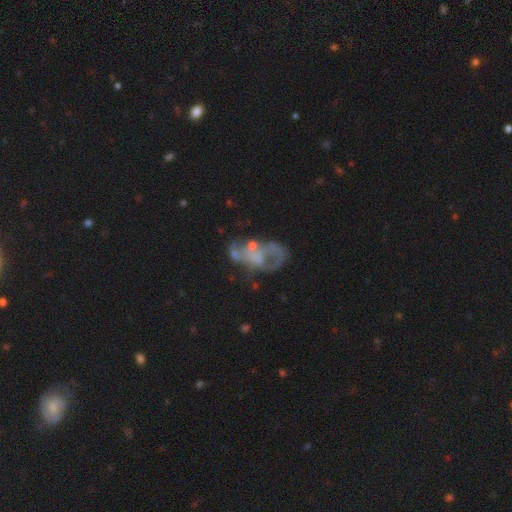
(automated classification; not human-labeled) Smooth or featured: featured or disk — 68% (smooth — 20%)
Edge-on disk: no — 97% (yes — 3%)
Bar: no — 81% (weak — 16%)
Spiral arms: no — 63% (yes — 37%)
Bulge size: none — 52% (small — 28%)
Merging: none — 39% (major disturbance — 29%)